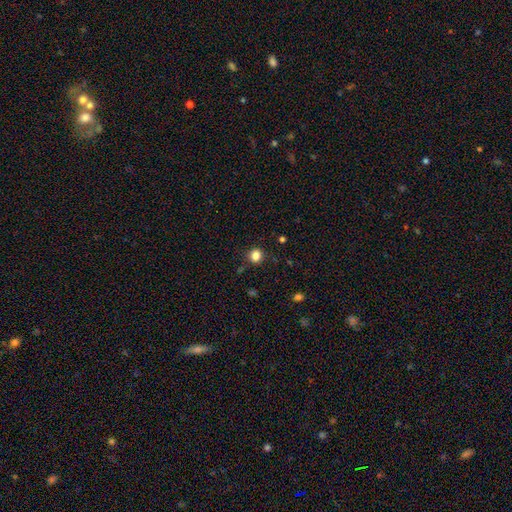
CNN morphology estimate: Smooth or featured? Predicted: smooth (p=0.84). How rounded? Predicted: round (p=0.87). Merging? Predicted: none (p=0.87).